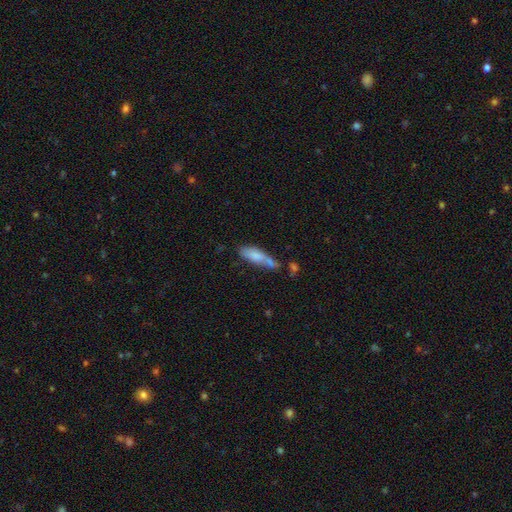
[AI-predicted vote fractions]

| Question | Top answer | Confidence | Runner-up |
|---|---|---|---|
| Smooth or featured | smooth | 76% | featured or disk (17%) |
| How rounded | in between | 53% | cigar-shaped (44%) |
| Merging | none | 38% | merger (27%) |